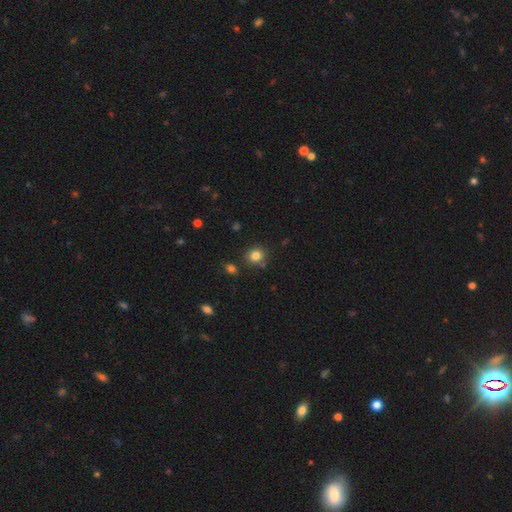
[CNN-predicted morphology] This appears to be a smooth galaxy with no disk features (81%) that is round (84%). Merging: none (81%).